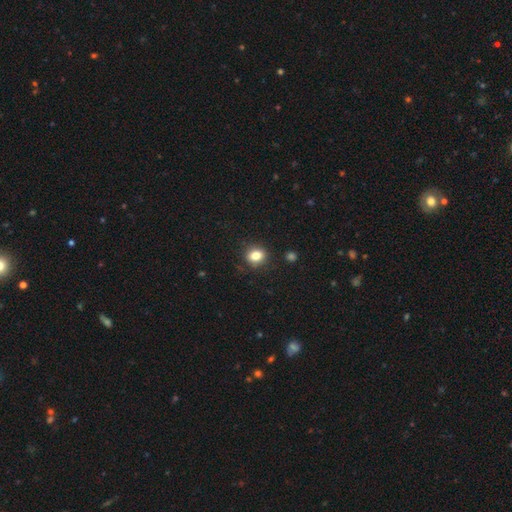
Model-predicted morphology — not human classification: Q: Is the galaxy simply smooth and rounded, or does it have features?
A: smooth — 81%.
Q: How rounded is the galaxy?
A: round — 58%.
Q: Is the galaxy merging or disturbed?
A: none — 85%.